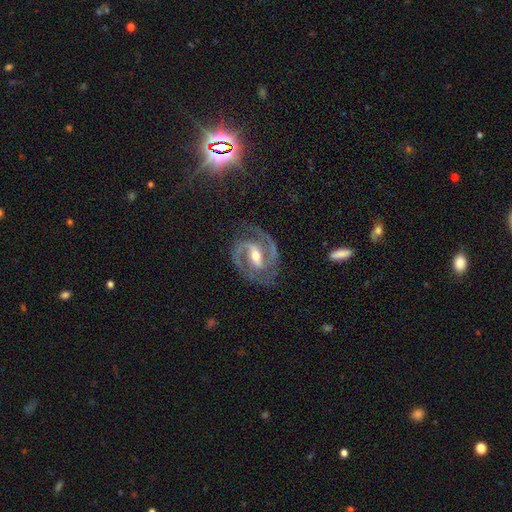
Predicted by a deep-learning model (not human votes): Smooth or featured? featured or disk (92%)
Edge-on disk? no (97%)
Bar? strong (52%)
Spiral arms? yes (98%)
Spiral winding? medium (58%)
Spiral arm count? 2 (92%)
Bulge size? moderate (66%)
Merging? none (81%)